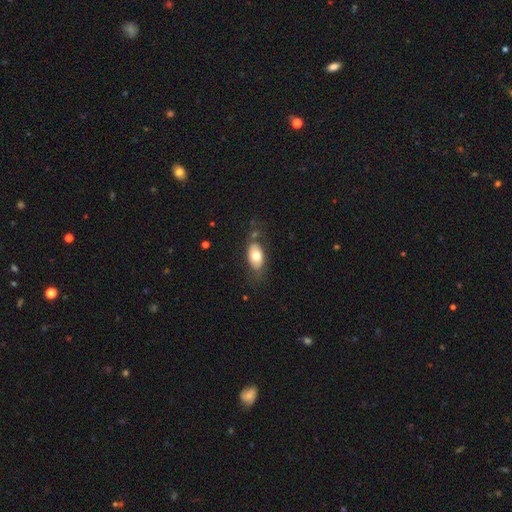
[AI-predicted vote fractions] Smooth or featured? Predicted: smooth (p=0.68). How rounded? Predicted: in between (p=0.91). Merging? Predicted: none (p=0.71).